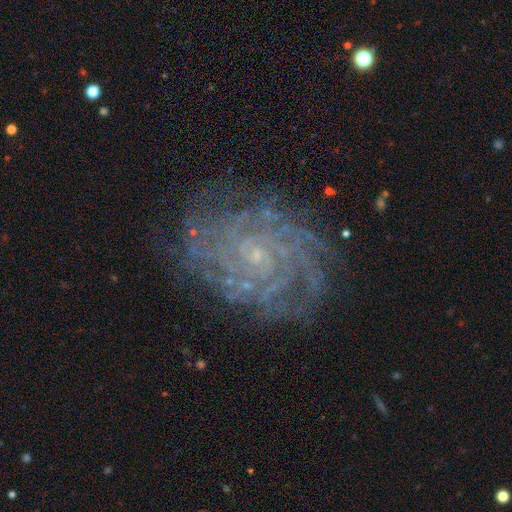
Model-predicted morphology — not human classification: Overall: featured or disk (84%). Edge-on disk: no (97%). Bar: no (74%). Spiral arms: yes (96%). Spiral arm count: can't tell (28%; more than 4 24%). Spiral winding: tight (76%). Bulge size: small (86%). Merging: none (81%).